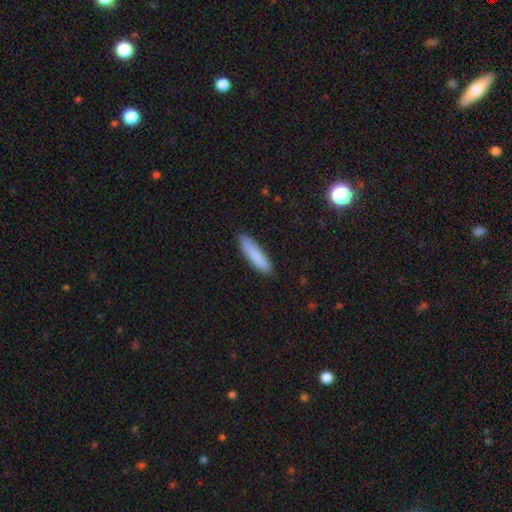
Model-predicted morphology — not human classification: smooth-or-featured: smooth: 85% | featured or disk: 9% | star or artifact: 6%
  how-rounded: cigar-shaped: 81% | in between: 18% | round: 1%
  merging: none: 88% | minor disturbance: 9% | major disturbance: 2% | merger: 1%